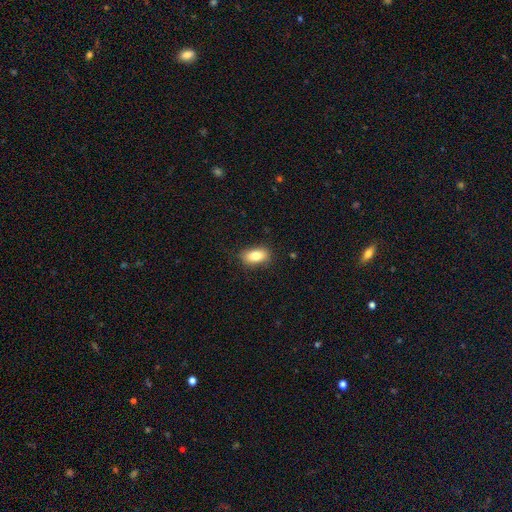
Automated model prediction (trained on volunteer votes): A smooth galaxy with no disk features (83%) that is in between round and cigar-shaped (89%). Merging: none (84%).